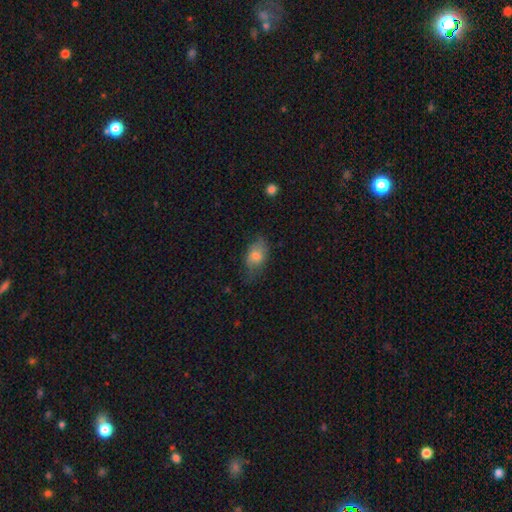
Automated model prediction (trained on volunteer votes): Smooth or featured? Predicted: smooth (p=0.74). How rounded? Predicted: in between (p=0.84). Merging? Predicted: none (p=0.59).